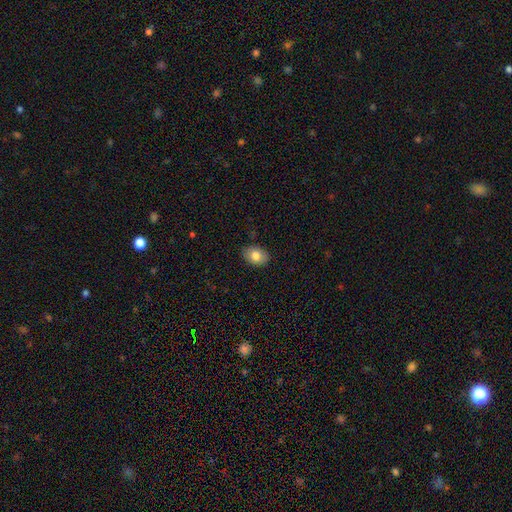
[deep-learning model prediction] This is likely a smooth galaxy (79%). How rounded: clearly in between (80%). Merging: clearly none (87%).